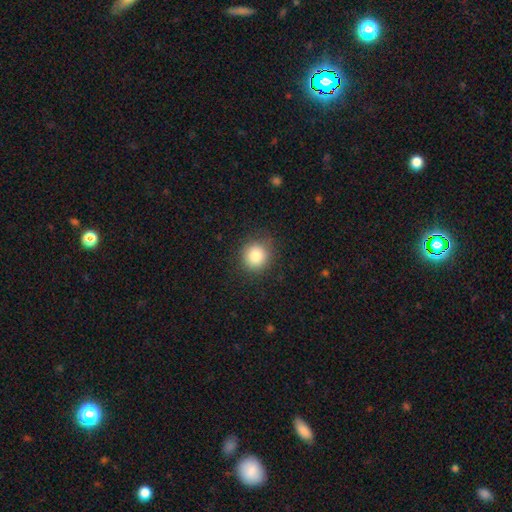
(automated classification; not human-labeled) smooth 84%, star or artifact 10%, featured or disk 6%. Down the decision tree: how rounded — round (90%); merging — none (85%).